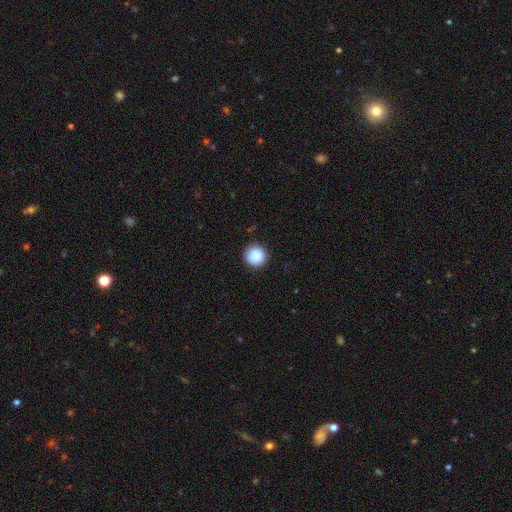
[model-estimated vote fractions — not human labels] Morphology: type=smooth (89%); roundness=round (96%); merging=none (91%).